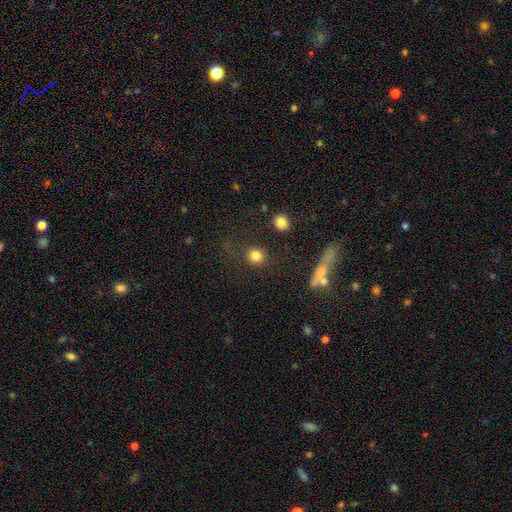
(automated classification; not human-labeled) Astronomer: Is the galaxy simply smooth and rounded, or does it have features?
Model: smooth — 83%.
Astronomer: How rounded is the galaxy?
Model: round — 87%.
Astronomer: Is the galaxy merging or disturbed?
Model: none — 83%.